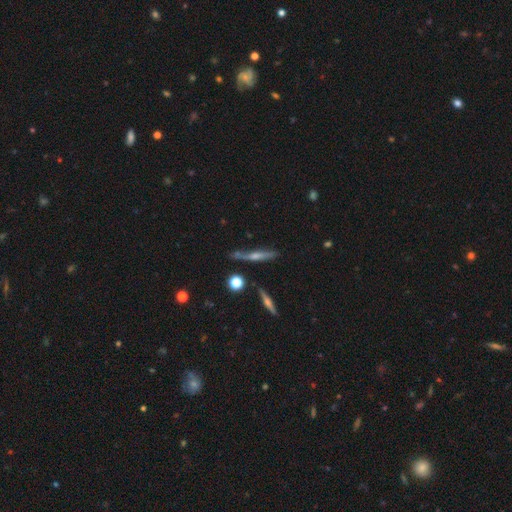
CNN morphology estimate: This is likely a featured or disk galaxy (67%). It is clearly viewed edge-on (95%). Edge-on bulge: likely rounded (78%). Merging: likely none (76%).